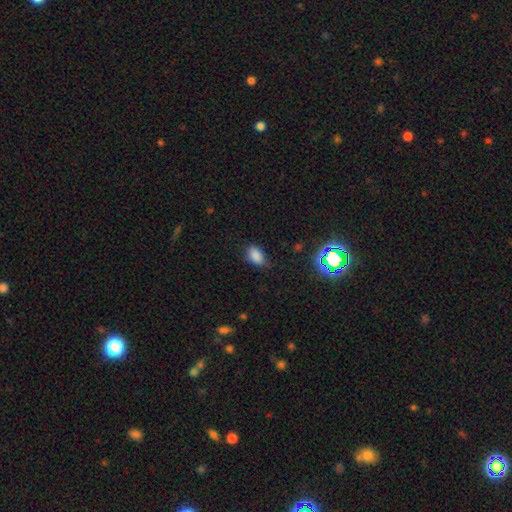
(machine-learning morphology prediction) This is clearly a smooth galaxy (82%). How rounded: clearly in between (88%). Merging: likely none (74%).